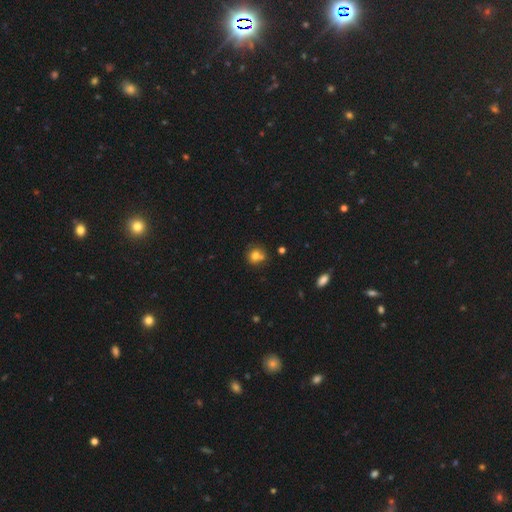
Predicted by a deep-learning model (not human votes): This is likely a smooth galaxy (75%). How rounded: clearly round (84%). Merging: possibly none (56%).